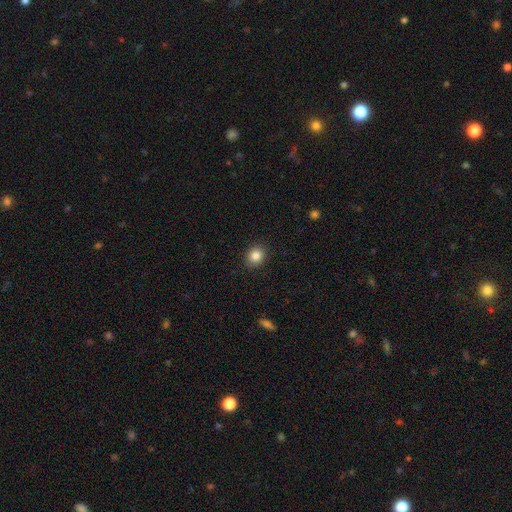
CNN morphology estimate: Overall: smooth (85%). How rounded: round (72%). Merging: none (90%).